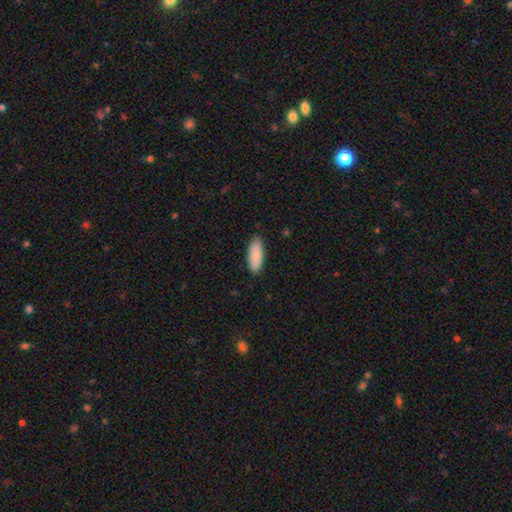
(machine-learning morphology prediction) Overall: smooth (88%). How rounded: in between (79%). Merging: none (85%).